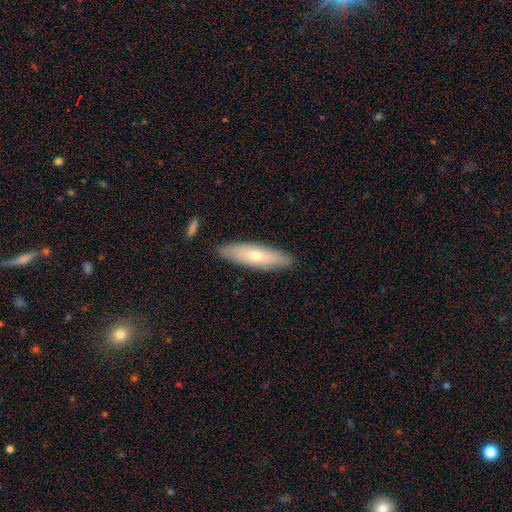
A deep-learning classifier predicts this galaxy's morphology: smooth 58%, featured or disk 36%, star or artifact 6%. Down the decision tree: how rounded — cigar-shaped (67%); merging — none (87%).